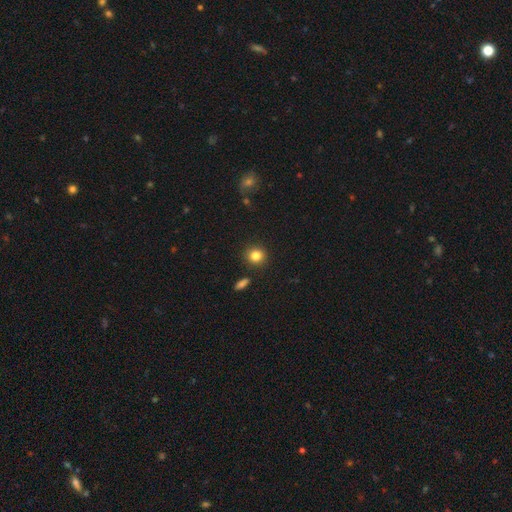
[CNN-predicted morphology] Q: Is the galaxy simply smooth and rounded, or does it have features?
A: smooth — 84%.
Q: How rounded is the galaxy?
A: round — 85%.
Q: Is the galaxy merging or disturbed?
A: none — 88%.